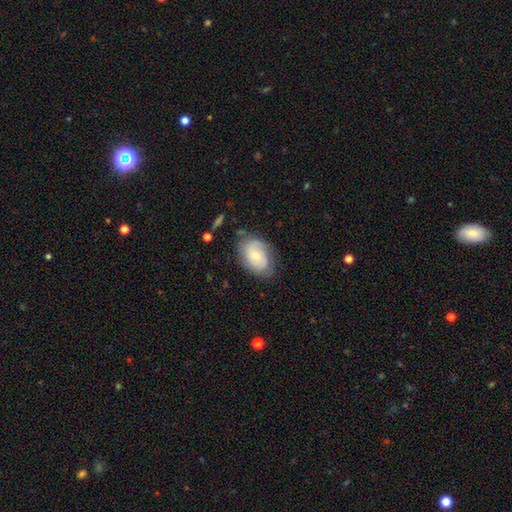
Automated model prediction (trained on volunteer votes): smooth_or_featured: smooth (p=0.47) [alt: featured or disk p=0.46]
merging: none (p=0.69) [alt: minor disturbance p=0.22]